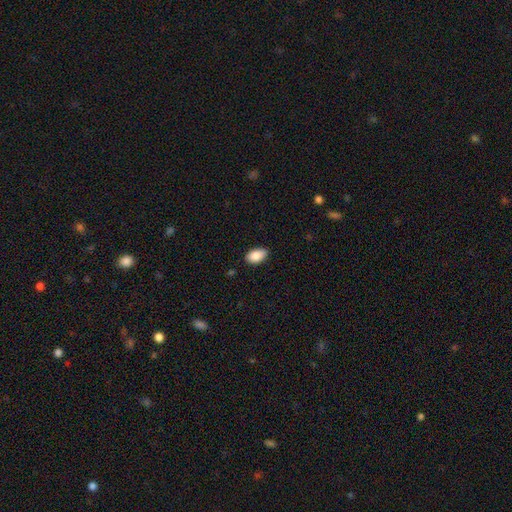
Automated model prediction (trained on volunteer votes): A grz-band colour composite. It shows a smooth galaxy with no disk features (87%) that is in between round and cigar-shaped (92%). Merging: none (82%).